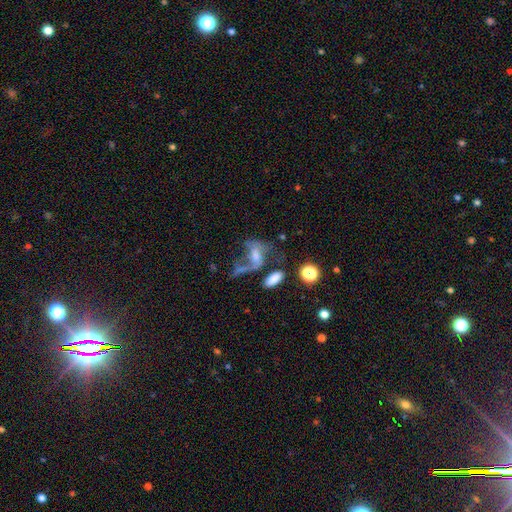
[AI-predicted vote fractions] Smooth or featured? Predicted: featured or disk (p=0.52). Edge-on disk? Predicted: no (p=0.91). Merging? Predicted: major disturbance (p=0.30).